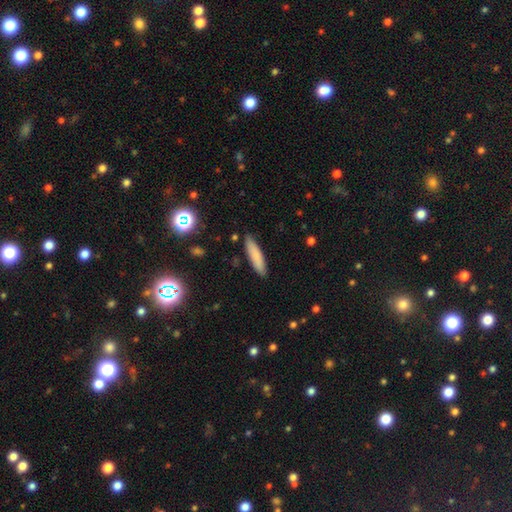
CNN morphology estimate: A smooth galaxy with no disk features (81%) that is cigar-shaped (80%). Merging: none (88%).